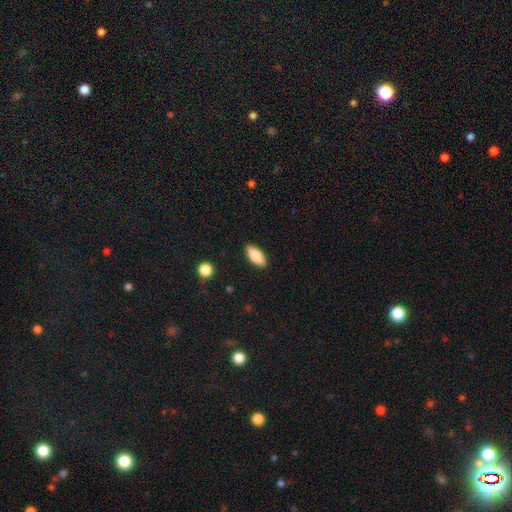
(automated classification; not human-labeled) Smooth or featured? Predicted: smooth (p=0.82). How rounded? Predicted: in between (p=0.81). Merging? Predicted: none (p=0.89).